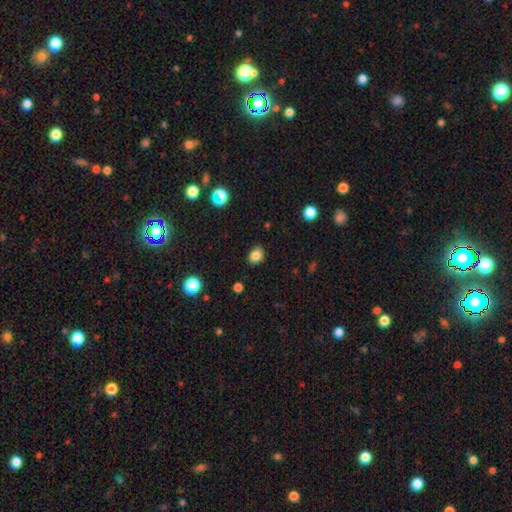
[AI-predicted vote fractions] smooth_or_featured: smooth (p=0.84) [alt: star or artifact p=0.12]
how_rounded: round (p=0.51) [alt: in between p=0.48]
merging: none (p=0.82) [alt: minor disturbance p=0.14]